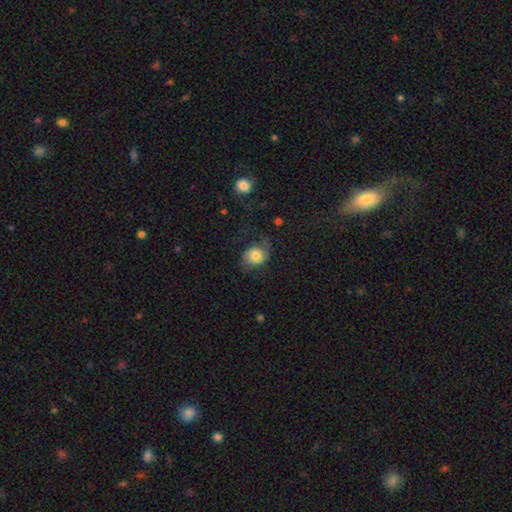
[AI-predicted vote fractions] Overall: smooth (65%; featured or disk 26%). How rounded: round (58%; in between 41%). Merging: none (54%; minor disturbance 25%).